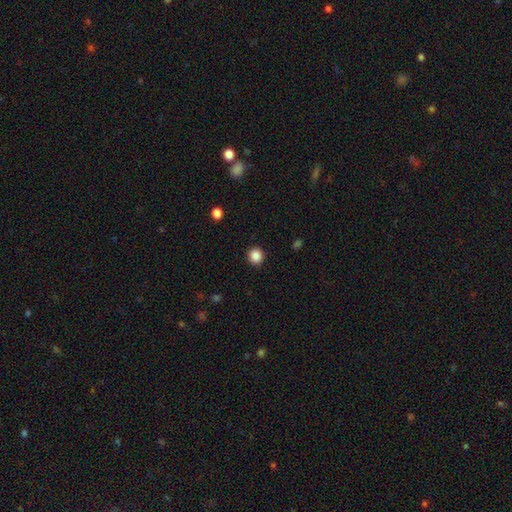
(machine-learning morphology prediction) Smooth or featured? Predicted: smooth (p=0.88). How rounded? Predicted: round (p=0.90). Merging? Predicted: none (p=0.91).